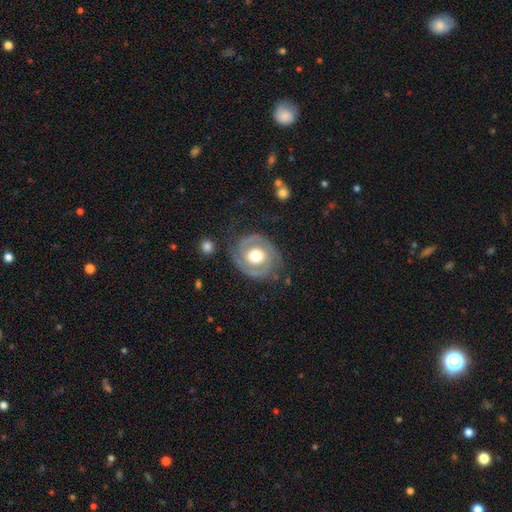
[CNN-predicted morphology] The model was most divided on "spiral winding": tight: 56%, medium: 35%, loose: 9%. More confident: edge-on disk — no (98%); spiral arms — yes (89%); spiral arm count — 2 (87%); smooth or featured — featured or disk (84%); merging — none (78%); bar — no (71%); bulge size — moderate (63%).